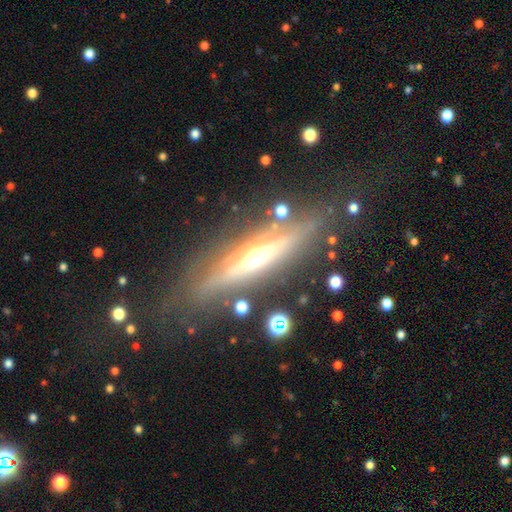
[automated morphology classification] The model was most divided on "smooth or featured": featured or disk: 76%, smooth: 16%, star or artifact: 8%. More confident: edge-on disk — yes (90%); edge-on bulge — rounded (85%); merging — none (78%).